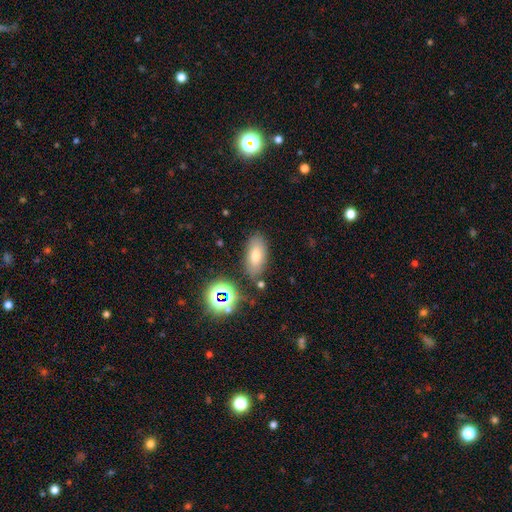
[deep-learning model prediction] smooth-or-featured: smooth: 68% | star or artifact: 17% | featured or disk: 15%
  how-rounded: in between: 86% | cigar-shaped: 7% | round: 7%
  merging: none: 80% | minor disturbance: 12% | merger: 5% | major disturbance: 3%